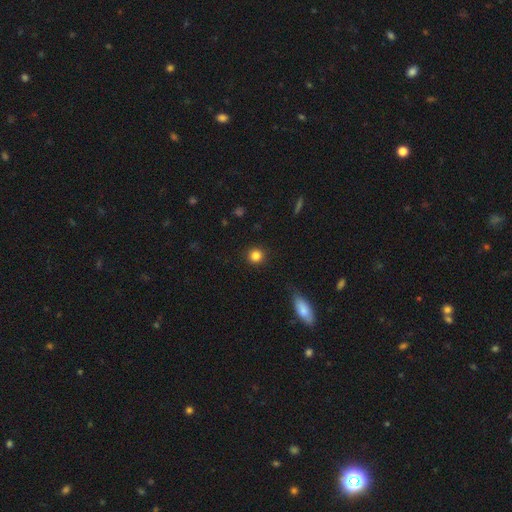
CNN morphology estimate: type=smooth (84%); roundness=round (92%); merging=none (90%).